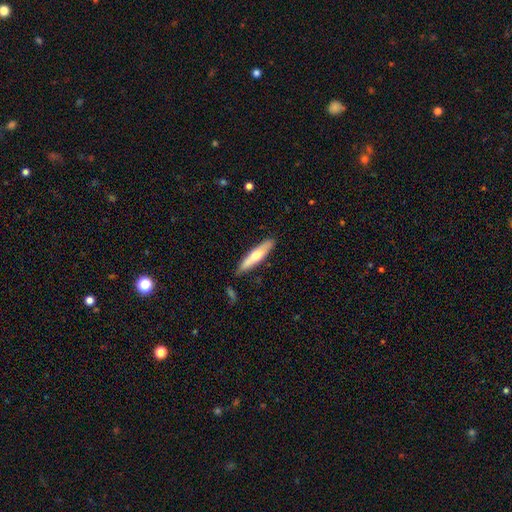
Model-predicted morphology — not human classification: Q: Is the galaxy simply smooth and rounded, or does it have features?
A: smooth — 62%.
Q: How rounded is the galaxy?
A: cigar-shaped — 83%.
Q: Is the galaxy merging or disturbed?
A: none — 80%.